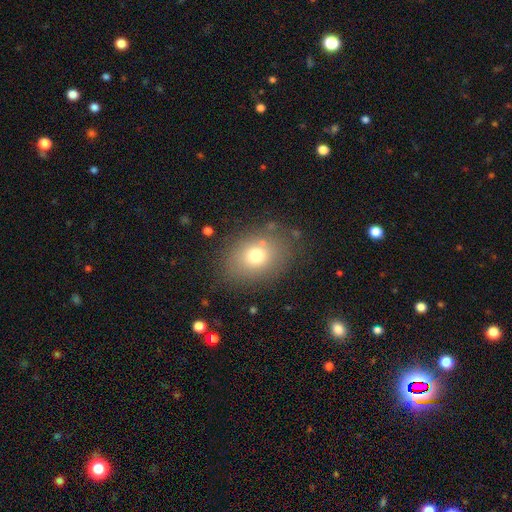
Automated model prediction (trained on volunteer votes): A smooth galaxy with no disk features (72%) that is in between round and cigar-shaped (59%). Merging: none (79%).